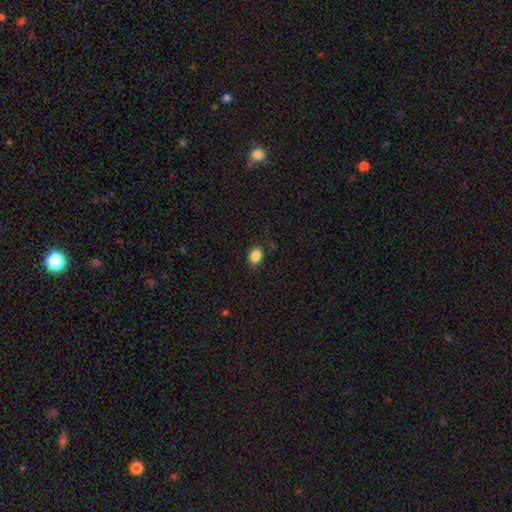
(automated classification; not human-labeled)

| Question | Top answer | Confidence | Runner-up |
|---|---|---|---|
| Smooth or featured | smooth | 86% | star or artifact (10%) |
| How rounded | in between | 54% | round (45%) |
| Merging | none | 81% | minor disturbance (14%) |